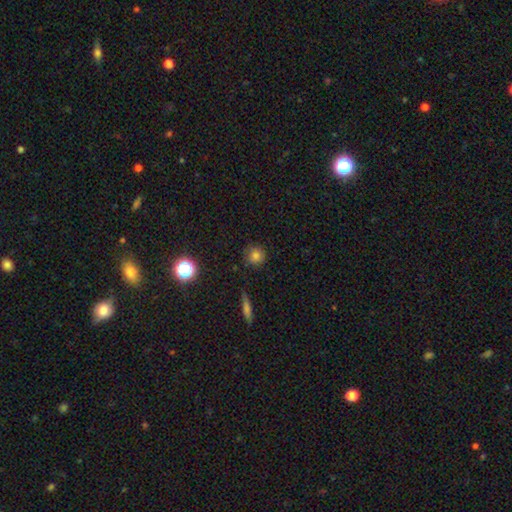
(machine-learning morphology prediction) This appears to be a smooth galaxy with no disk features (79%) that is round (92%). Merging: none (86%).